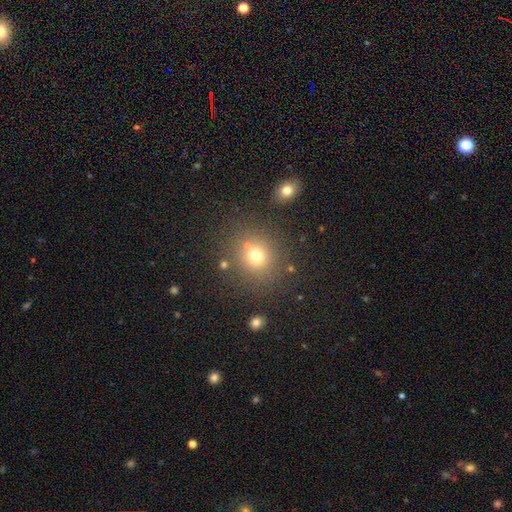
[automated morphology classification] smooth 70%, star or artifact 19%, featured or disk 11%. Down the decision tree: how rounded — round (84%); merging — none (79%).